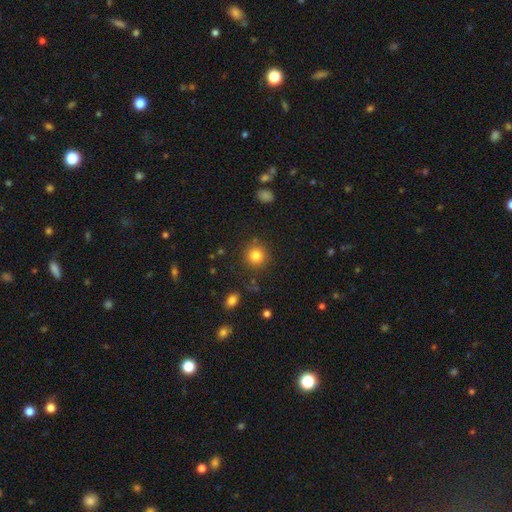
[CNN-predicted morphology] A smooth galaxy with no disk features (82%) that is round (92%). Merging: none (85%).